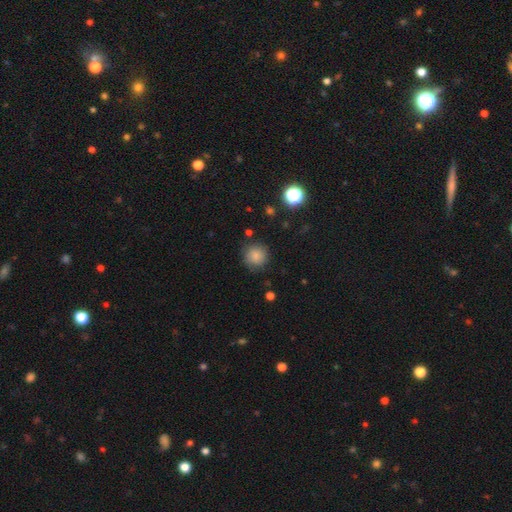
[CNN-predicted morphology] Smooth or featured: smooth — 82% (star or artifact — 11%)
How rounded: round — 93% (in between — 6%)
Merging: none — 82% (minor disturbance — 13%)